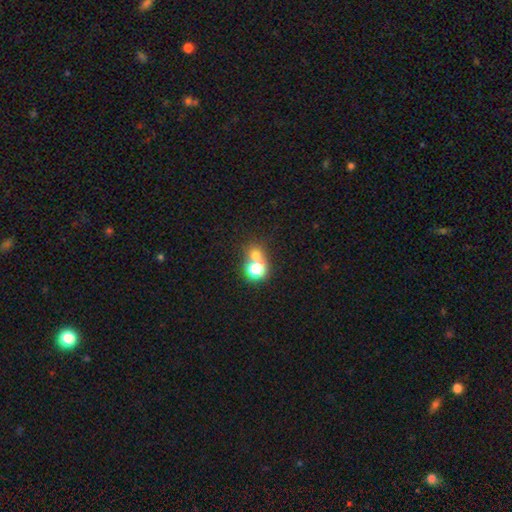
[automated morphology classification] A smooth galaxy with no disk features (68%) that is round (77%). Merging: merger (52%).